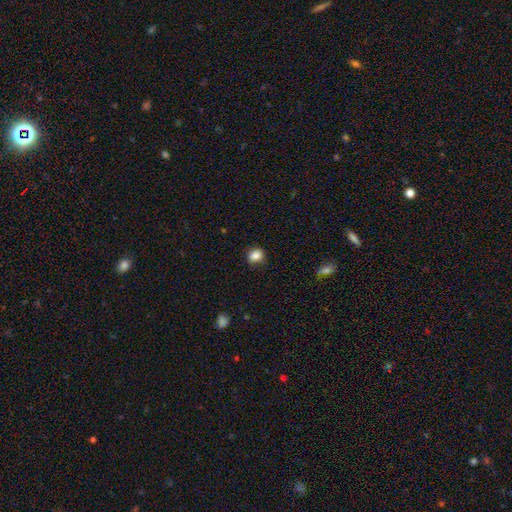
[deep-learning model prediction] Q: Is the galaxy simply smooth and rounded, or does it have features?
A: smooth — 85%.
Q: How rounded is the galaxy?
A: round — 67%.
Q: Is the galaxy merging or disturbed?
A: none — 80%.